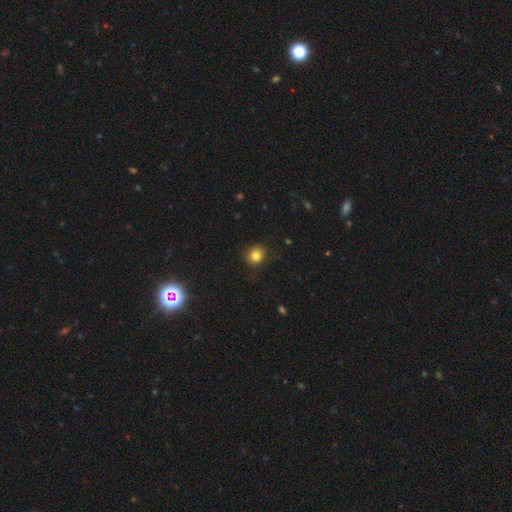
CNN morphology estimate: A smooth galaxy with no disk features (81%) that is round (80%).

Vote fractions:
- Smooth or featured? smooth: 81% / star or artifact: 12% / featured or disk: 7%
- How rounded? round: 80% / in between: 19% / cigar-shaped: 1%
- Merging? none: 82% / minor disturbance: 14% / major disturbance: 3% / merger: 1%